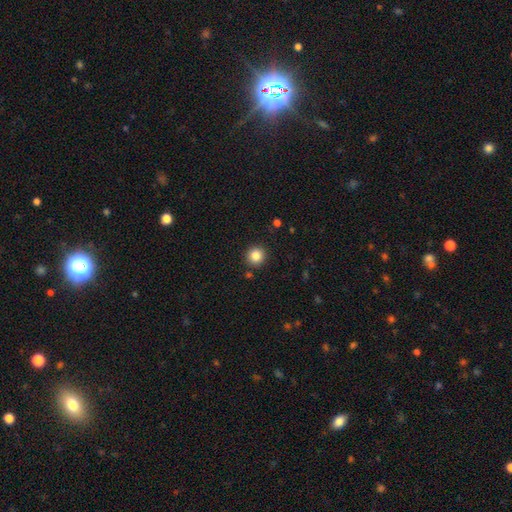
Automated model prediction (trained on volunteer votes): This is clearly a smooth galaxy (84%). How rounded: clearly round (93%). Merging: clearly none (90%).